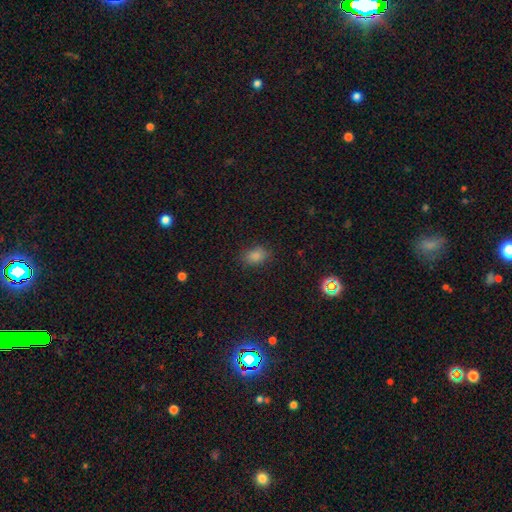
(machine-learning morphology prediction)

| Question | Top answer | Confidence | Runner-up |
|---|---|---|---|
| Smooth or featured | smooth | 83% | star or artifact (13%) |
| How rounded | in between | 75% | round (24%) |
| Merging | none | 81% | minor disturbance (13%) |